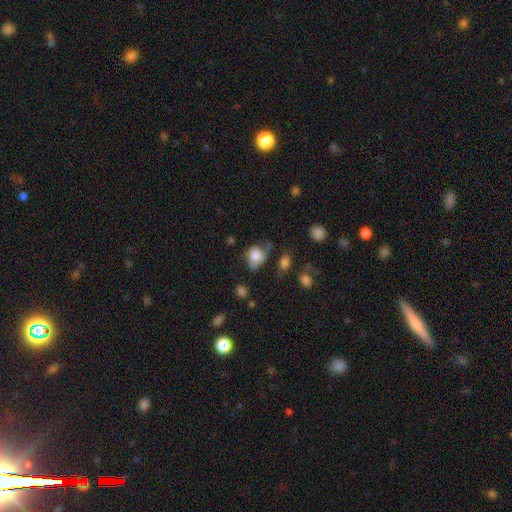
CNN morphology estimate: A smooth galaxy with no disk features (73%) that is in between round and cigar-shaped (56%). Merging: minor disturbance (34%).